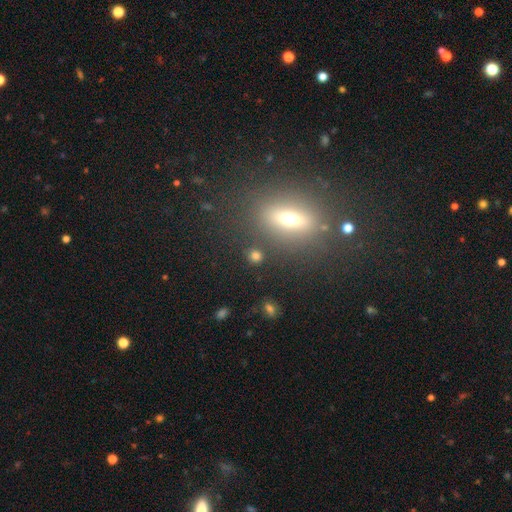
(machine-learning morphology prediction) Overall: smooth (64%). How rounded: round (64%; in between 29%). Merging: none (81%).